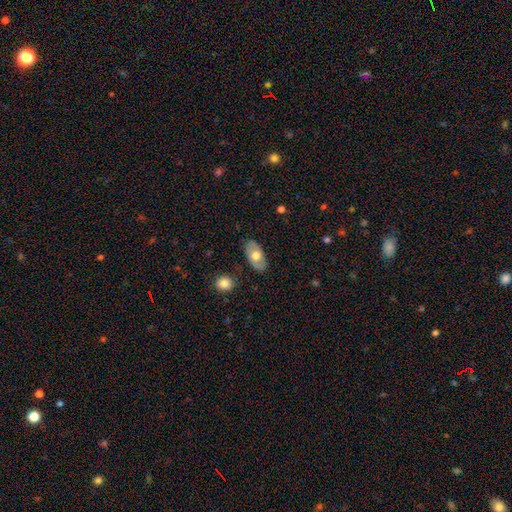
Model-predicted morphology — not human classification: This is likely a smooth galaxy (60%). How rounded: clearly in between (92%). Merging: clearly none (84%).